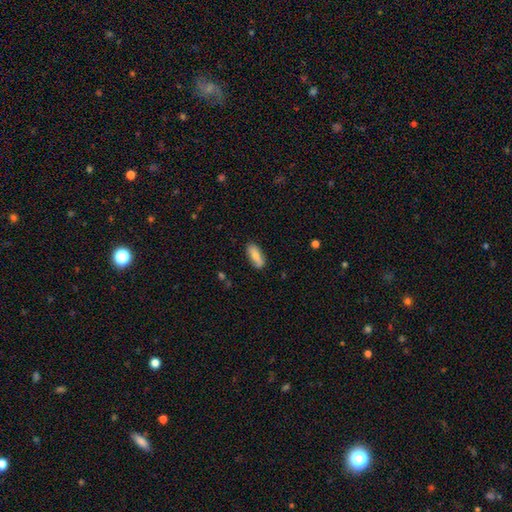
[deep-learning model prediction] Overall: smooth (74%). How rounded: in between (80%). Merging: none (82%).